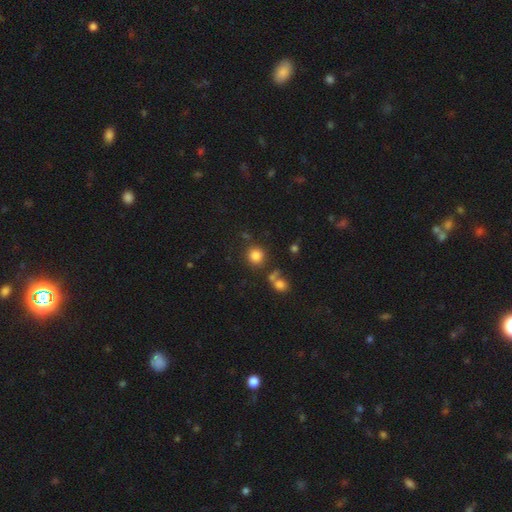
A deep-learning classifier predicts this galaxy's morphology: Smooth or featured?
  - smooth: 81% *
  - star or artifact: 13%
  - featured or disk: 6%
How rounded?
  - round: 90% *
  - in between: 9%
  - cigar-shaped: 1%
Merging?
  - none: 77% *
  - merger: 10%
  - minor disturbance: 10%
  - major disturbance: 4%